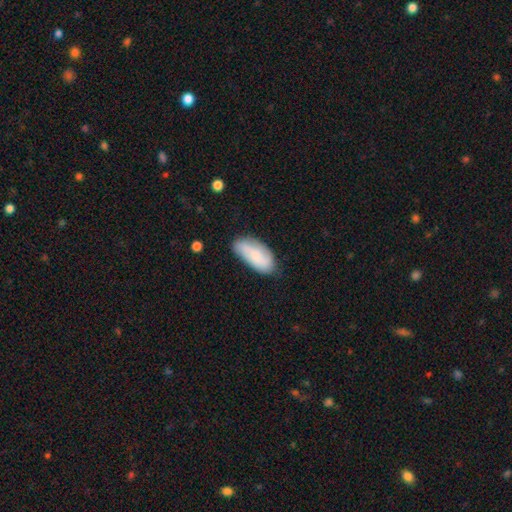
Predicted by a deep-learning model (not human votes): This appears to be a smooth galaxy with no disk features (75%) that is in between round and cigar-shaped (90%). Merging: none (68%).